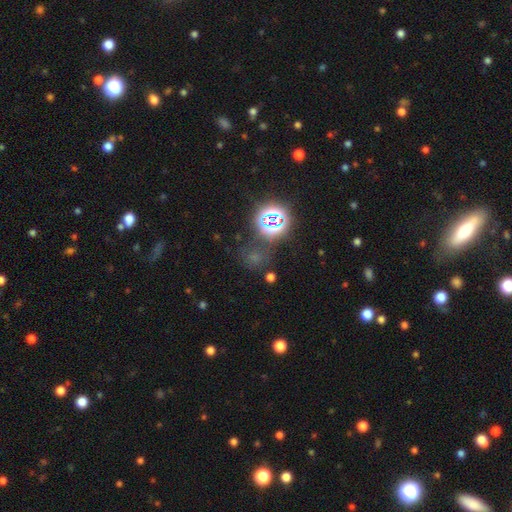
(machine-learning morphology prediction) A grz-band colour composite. It shows a star or artifact, not a galaxy (57%).